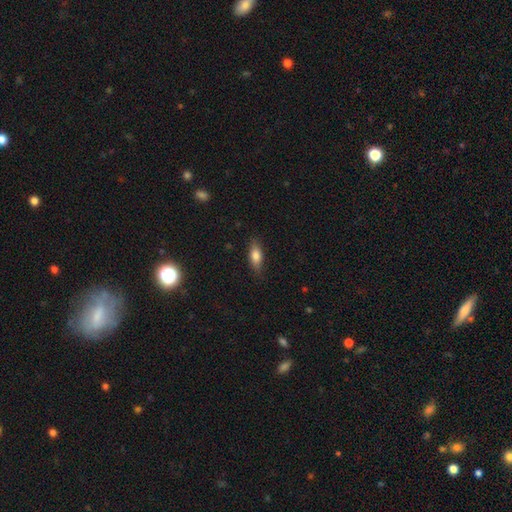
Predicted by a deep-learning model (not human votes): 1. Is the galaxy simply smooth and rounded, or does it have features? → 76% smooth, 17% featured or disk, 7% star or artifact.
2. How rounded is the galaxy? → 74% in between, 23% cigar-shaped, 4% round.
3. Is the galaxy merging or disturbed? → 83% none, 14% minor disturbance, 3% major disturbance, 1% merger.